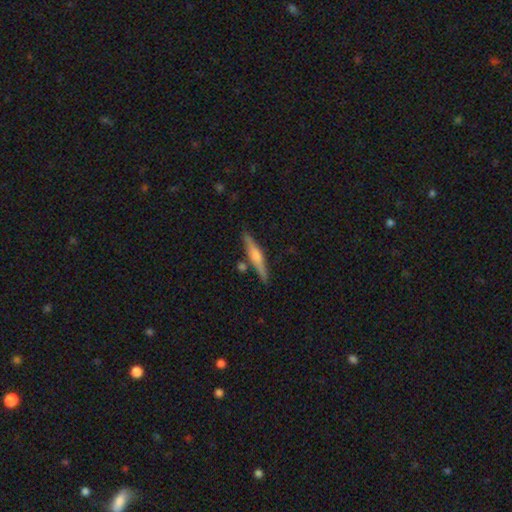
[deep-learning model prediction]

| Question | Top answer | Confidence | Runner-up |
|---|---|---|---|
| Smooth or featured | featured or disk | 57% | smooth (37%) |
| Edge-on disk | yes | 97% | no (3%) |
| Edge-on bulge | rounded | 72% | boxy (15%) |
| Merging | none | 84% | minor disturbance (9%) |